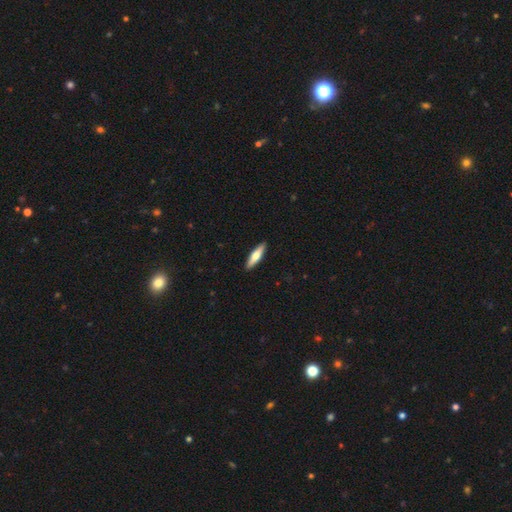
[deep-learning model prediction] Overall: smooth (61%; featured or disk 34%). How rounded: cigar-shaped (73%). Merging: none (91%).